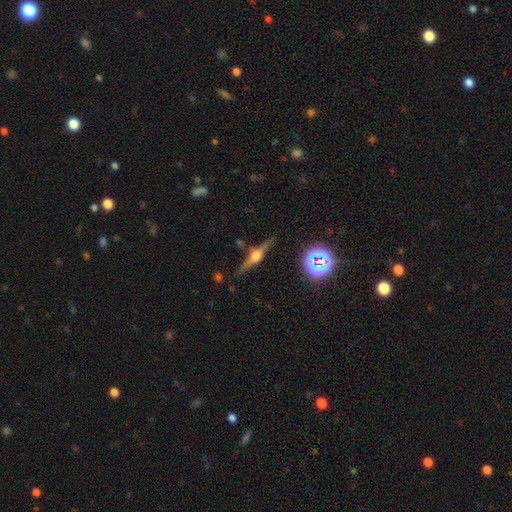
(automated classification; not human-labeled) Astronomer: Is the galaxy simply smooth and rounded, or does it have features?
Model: featured or disk — 74%.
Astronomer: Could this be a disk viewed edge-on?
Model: yes — 96%.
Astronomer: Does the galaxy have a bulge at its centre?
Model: rounded — 91%.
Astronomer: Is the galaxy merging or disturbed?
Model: none — 82%.